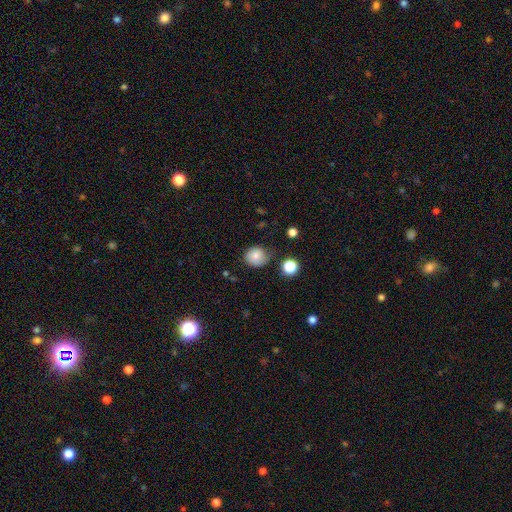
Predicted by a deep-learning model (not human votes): The model was most divided on "merging": none: 69%, minor disturbance: 23%, major disturbance: 6%, merger: 3%. More confident: how rounded — round (80%); smooth or featured — smooth (78%).